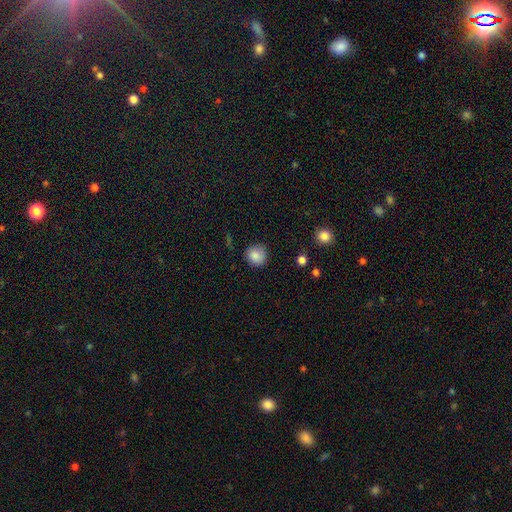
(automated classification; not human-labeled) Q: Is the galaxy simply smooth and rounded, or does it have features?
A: smooth — 87%.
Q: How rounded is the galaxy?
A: round — 90%.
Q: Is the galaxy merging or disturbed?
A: none — 84%.